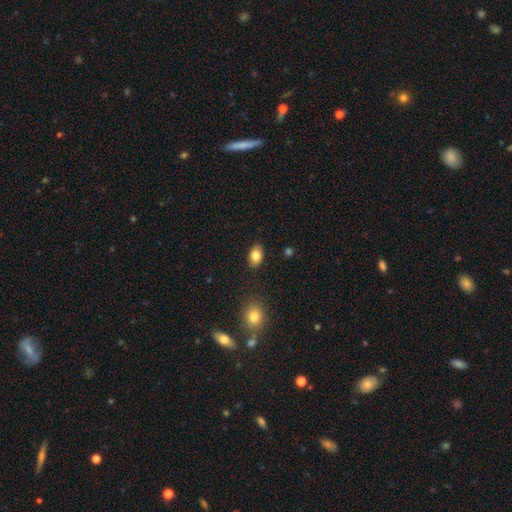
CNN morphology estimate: smooth 83%, featured or disk 9%, star or artifact 8%. Down the decision tree: how rounded — in between (83%); merging — none (87%).